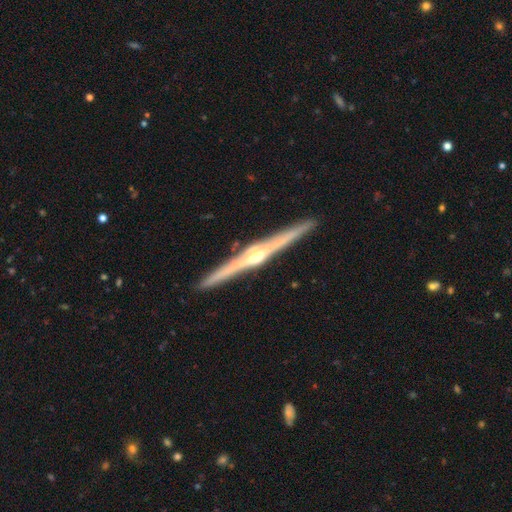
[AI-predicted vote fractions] The model was most divided on "smooth or featured": featured or disk: 87%, smooth: 8%, star or artifact: 4%. More confident: edge-on disk — yes (99%); merging — none (93%); edge-on bulge — rounded (90%).